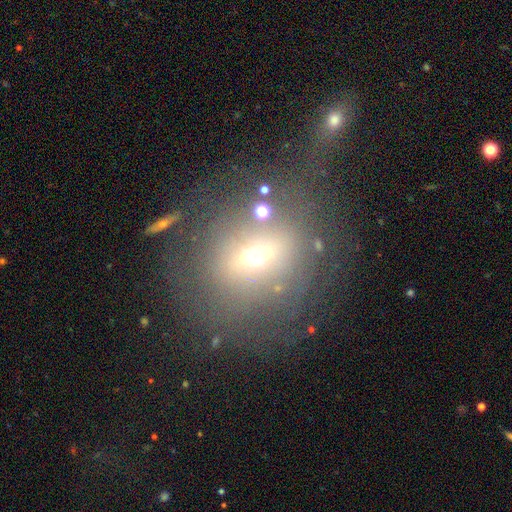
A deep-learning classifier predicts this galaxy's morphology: type=smooth (47%); merging=none (55%).